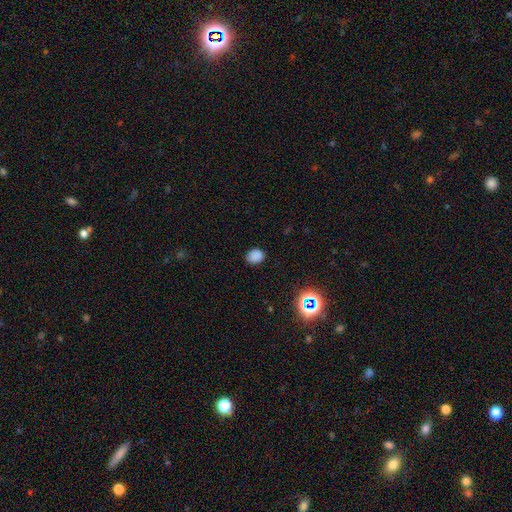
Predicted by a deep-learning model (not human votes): smooth-or-featured: smooth: 81% | star or artifact: 15% | featured or disk: 4%
  how-rounded: round: 51% | in between: 48% | cigar-shaped: 1%
  merging: none: 84% | minor disturbance: 12% | major disturbance: 3% | merger: 1%